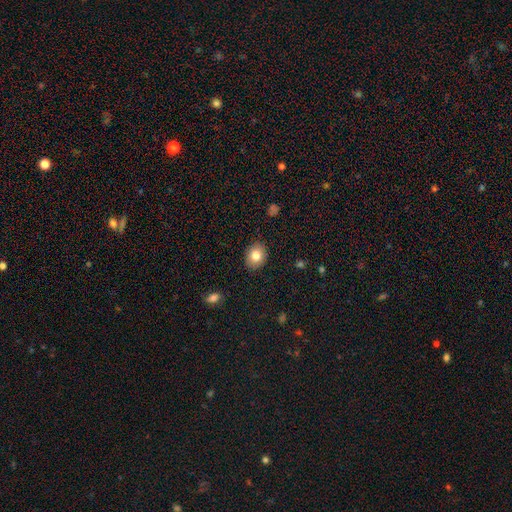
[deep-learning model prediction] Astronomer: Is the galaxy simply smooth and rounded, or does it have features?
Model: smooth — 81%.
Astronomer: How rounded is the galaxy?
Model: in between — 52% (runner-up: round, 48%).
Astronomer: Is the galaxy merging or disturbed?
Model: none — 88%.